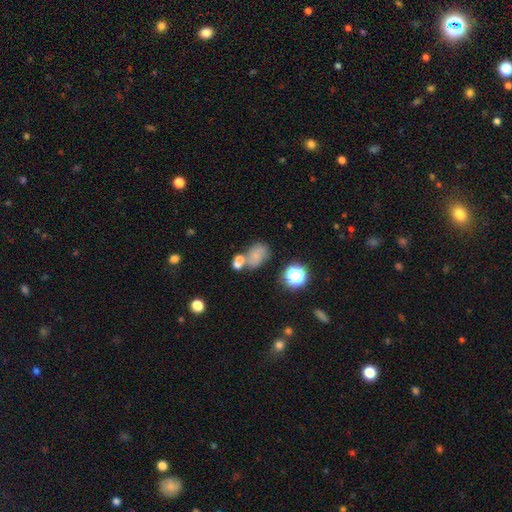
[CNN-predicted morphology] smooth-or-featured: smooth: 64% | featured or disk: 19% | star or artifact: 17%
  how-rounded: in between: 74% | round: 24% | cigar-shaped: 2%
  merging: none: 39% | merger: 37% | minor disturbance: 16% | major disturbance: 9%